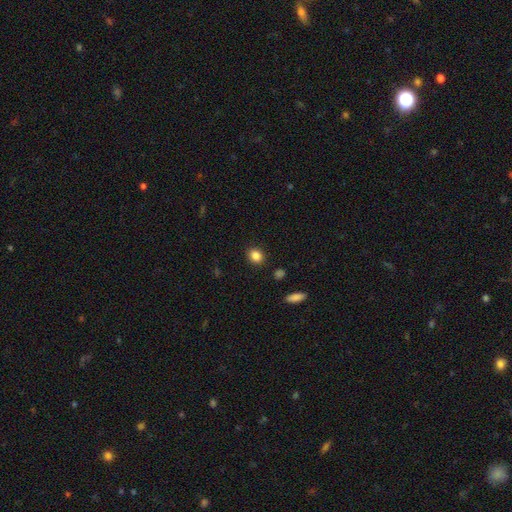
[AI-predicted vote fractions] The model was most divided on "how rounded": round: 61%, in between: 37%, cigar-shaped: 1%. More confident: merging — none (89%); smooth or featured — smooth (85%).